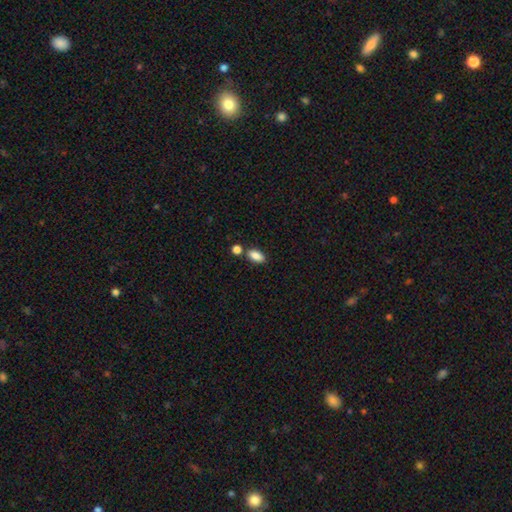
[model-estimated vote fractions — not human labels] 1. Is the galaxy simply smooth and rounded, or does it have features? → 87% smooth, 8% star or artifact, 5% featured or disk.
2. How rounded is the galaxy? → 90% in between, 5% round, 4% cigar-shaped.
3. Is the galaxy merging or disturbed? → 72% none, 14% merger, 11% minor disturbance, 3% major disturbance.